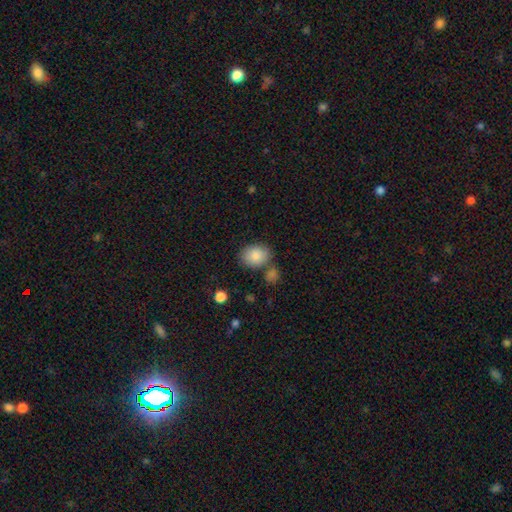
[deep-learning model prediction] Smooth or featured: smooth — 86% (star or artifact — 8%)
How rounded: in between — 57% (round — 42%)
Merging: none — 67% (minor disturbance — 15%)